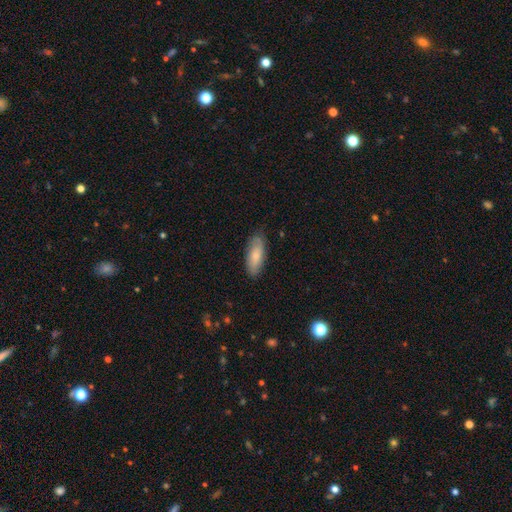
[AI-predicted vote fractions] A smooth galaxy with no disk features (71%) that is in between round and cigar-shaped (78%).

Vote fractions:
- Smooth or featured? smooth: 71% / featured or disk: 23% / star or artifact: 6%
- How rounded? in between: 78% / cigar-shaped: 20% / round: 2%
- Merging? none: 79% / minor disturbance: 17% / major disturbance: 3% / merger: 1%